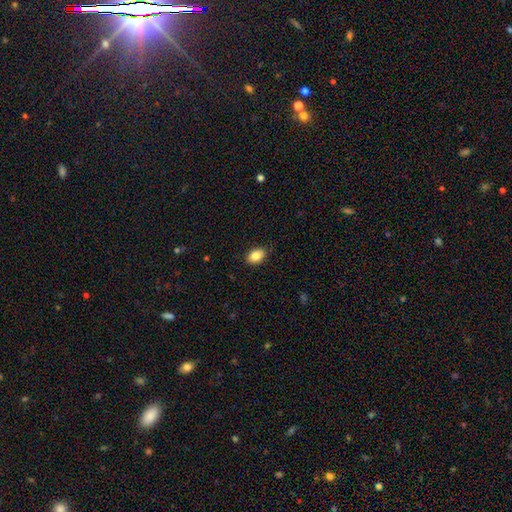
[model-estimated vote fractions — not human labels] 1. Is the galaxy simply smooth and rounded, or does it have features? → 85% smooth, 8% star or artifact, 7% featured or disk.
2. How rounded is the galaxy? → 86% in between, 13% round, 1% cigar-shaped.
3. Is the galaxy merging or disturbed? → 85% none, 12% minor disturbance, 2% major disturbance, 1% merger.